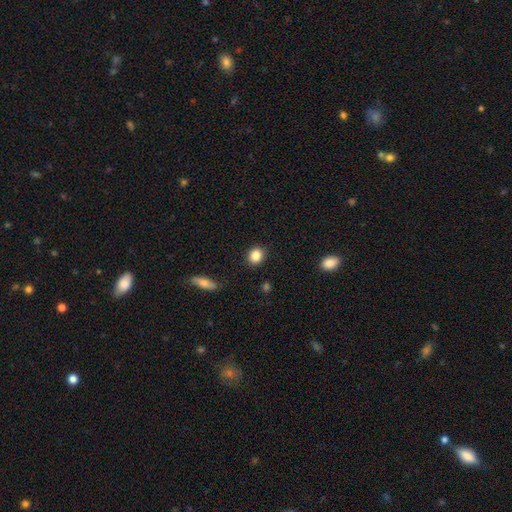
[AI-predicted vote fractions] smooth_or_featured: smooth (p=0.86) [alt: star or artifact p=0.09]
how_rounded: round (p=0.75) [alt: in between p=0.24]
merging: none (p=0.89) [alt: minor disturbance p=0.08]